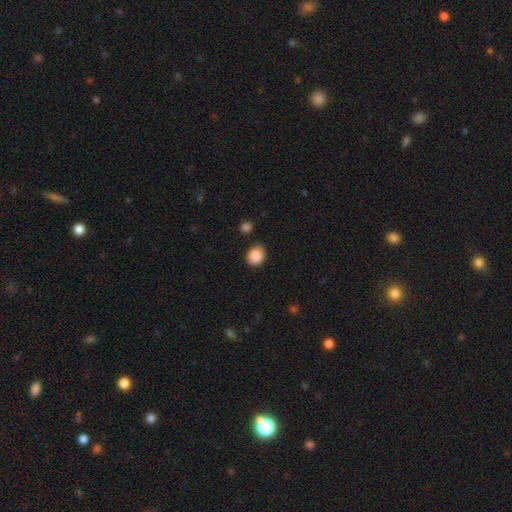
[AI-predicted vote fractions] Smooth or featured?
  - smooth: 87% *
  - star or artifact: 9%
  - featured or disk: 4%
How rounded?
  - round: 56% *
  - in between: 43%
  - cigar-shaped: 1%
Merging?
  - none: 74% *
  - minor disturbance: 18%
  - merger: 4%
  - major disturbance: 4%